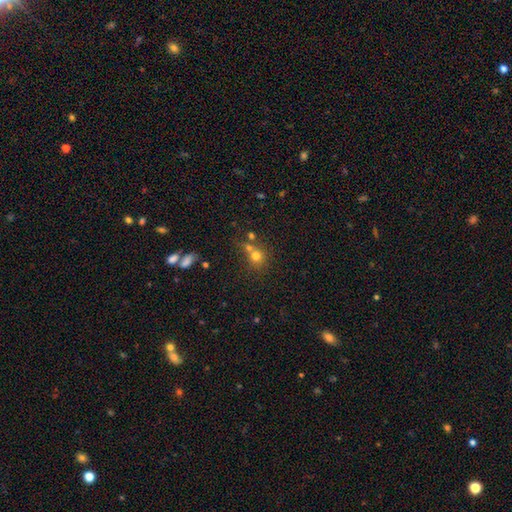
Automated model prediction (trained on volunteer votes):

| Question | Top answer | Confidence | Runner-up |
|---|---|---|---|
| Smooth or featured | smooth | 71% | star or artifact (17%) |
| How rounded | round | 85% | in between (14%) |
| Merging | none | 50% | merger (36%) |